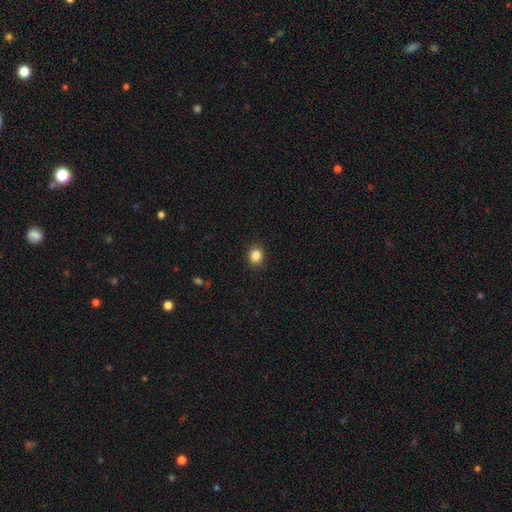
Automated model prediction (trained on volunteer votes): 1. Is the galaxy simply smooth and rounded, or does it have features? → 85% smooth, 11% star or artifact, 4% featured or disk.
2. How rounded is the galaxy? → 63% round, 37% in between, 1% cigar-shaped.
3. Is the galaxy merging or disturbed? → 90% none, 7% minor disturbance, 2% major disturbance, 1% merger.